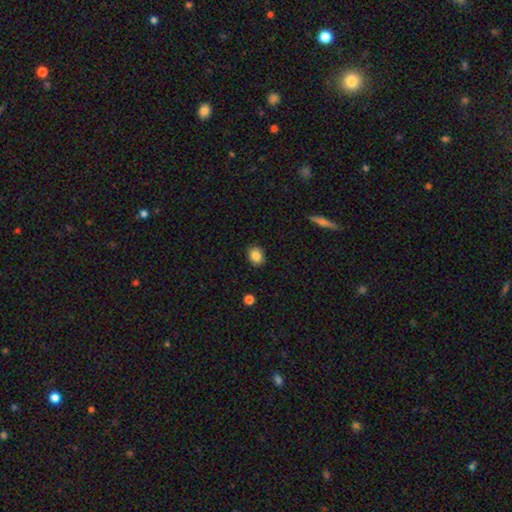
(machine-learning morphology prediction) Smooth or featured? Predicted: smooth (p=0.85). How rounded? Predicted: round (p=0.56). Merging? Predicted: none (p=0.88).